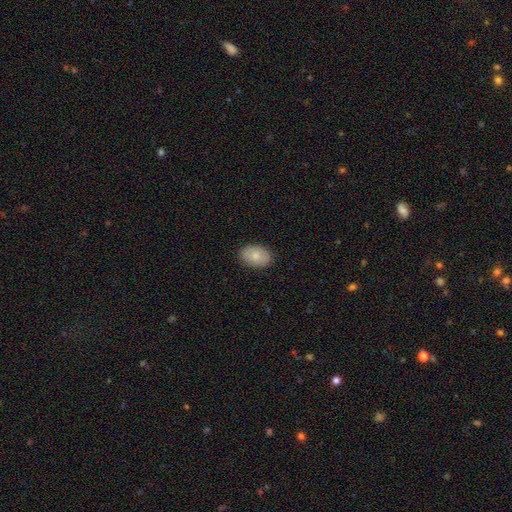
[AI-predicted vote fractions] The model was most divided on "how rounded": in between: 81%, round: 18%, cigar-shaped: 1%. More confident: merging — none (88%); smooth or featured — smooth (81%).